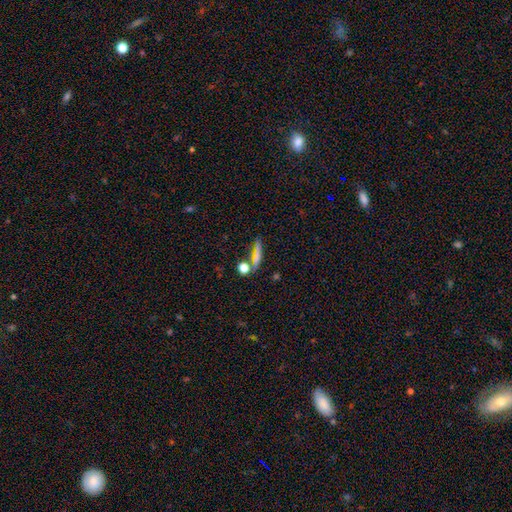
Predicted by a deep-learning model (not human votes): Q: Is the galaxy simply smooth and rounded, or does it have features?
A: smooth — 65%.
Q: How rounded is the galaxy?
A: cigar-shaped — 64%.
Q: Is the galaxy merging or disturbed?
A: none — 75%.